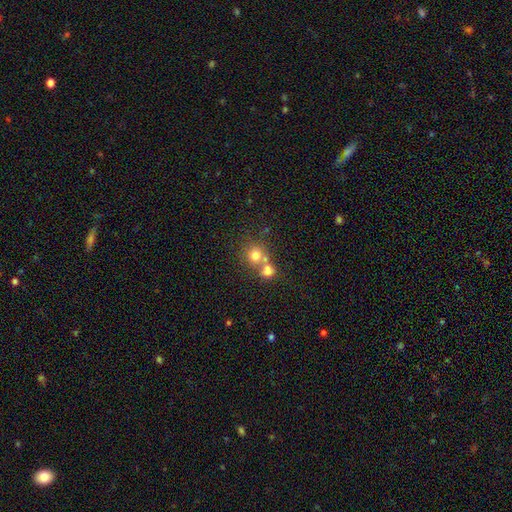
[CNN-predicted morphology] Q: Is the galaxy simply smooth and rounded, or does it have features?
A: smooth — 72%.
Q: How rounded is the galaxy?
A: round — 84%.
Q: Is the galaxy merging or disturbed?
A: merger — 49%.